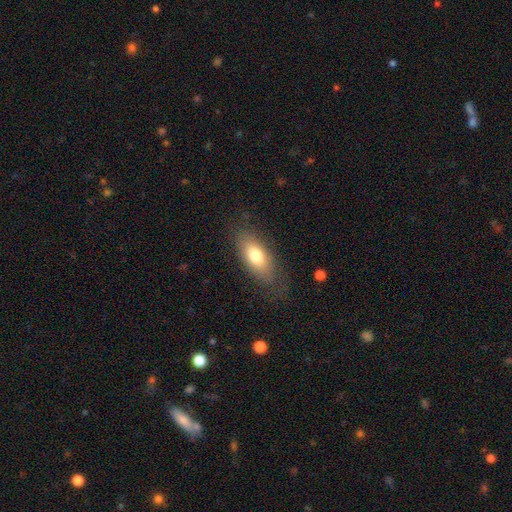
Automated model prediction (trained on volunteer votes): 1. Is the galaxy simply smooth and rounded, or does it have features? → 74% smooth, 19% featured or disk, 7% star or artifact.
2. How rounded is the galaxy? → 83% in between, 15% cigar-shaped, 3% round.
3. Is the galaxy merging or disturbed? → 76% none, 16% minor disturbance, 6% major disturbance, 1% merger.